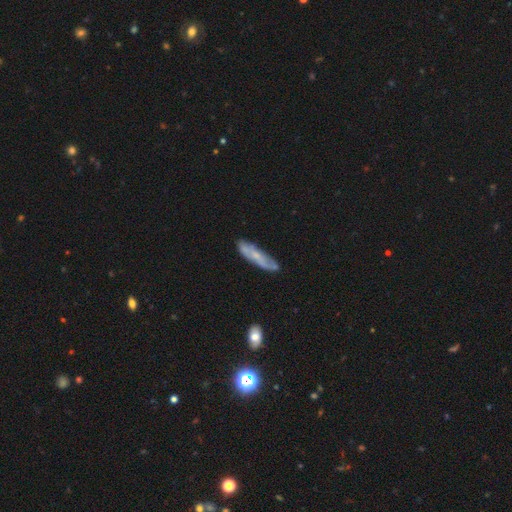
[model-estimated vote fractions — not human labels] smooth-or-featured: smooth: 47% | featured or disk: 46% | star or artifact: 7%
  merging: none: 74% | minor disturbance: 20% | major disturbance: 4% | merger: 3%